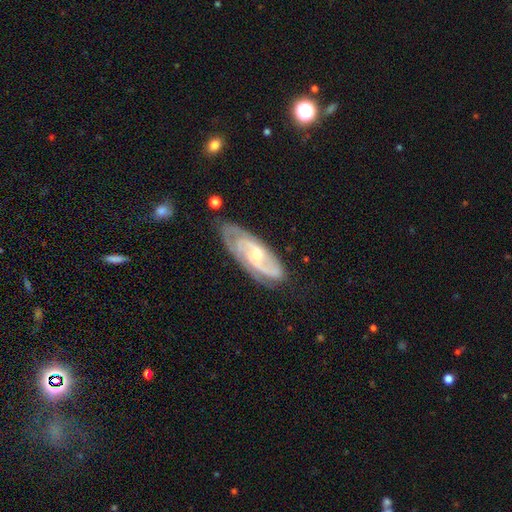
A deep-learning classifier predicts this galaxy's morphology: Q: Smooth or featured?
A: featured or disk (86%); runner-up: smooth (9%)
Q: Edge-on disk?
A: no (92%); runner-up: yes (8%)
Q: Bar?
A: no (52%); runner-up: weak (39%)
Q: Spiral arms?
A: yes (97%); runner-up: no (3%)
Q: Spiral winding?
A: tight (49%); runner-up: medium (41%)
Q: Spiral arm count?
A: 2 (53%); runner-up: 3 (20%)
Q: Bulge size?
A: small (55%); runner-up: moderate (41%)
Q: Merging?
A: none (75%); runner-up: minor disturbance (19%)